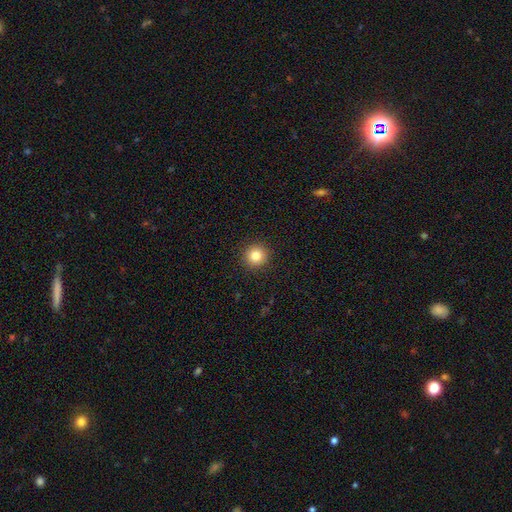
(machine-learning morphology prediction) A smooth galaxy with no disk features (83%) that is round (94%).

Vote fractions:
- Smooth or featured? smooth: 83% / star or artifact: 11% / featured or disk: 6%
- How rounded? round: 94% / in between: 5% / cigar-shaped: 1%
- Merging? none: 92% / minor disturbance: 5% / major disturbance: 2% / merger: 1%